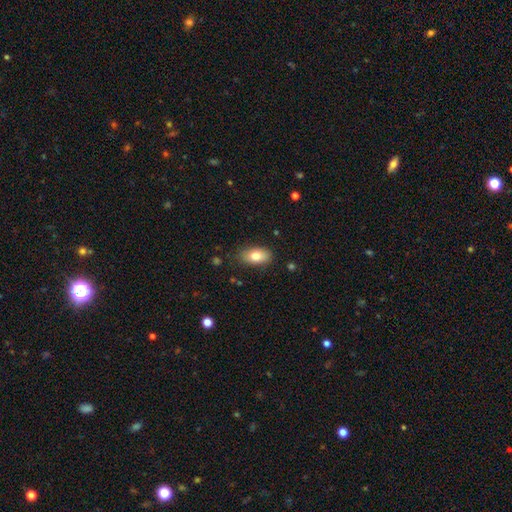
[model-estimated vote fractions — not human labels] This is likely a smooth galaxy (79%). How rounded: clearly in between (91%). Merging: clearly none (83%).